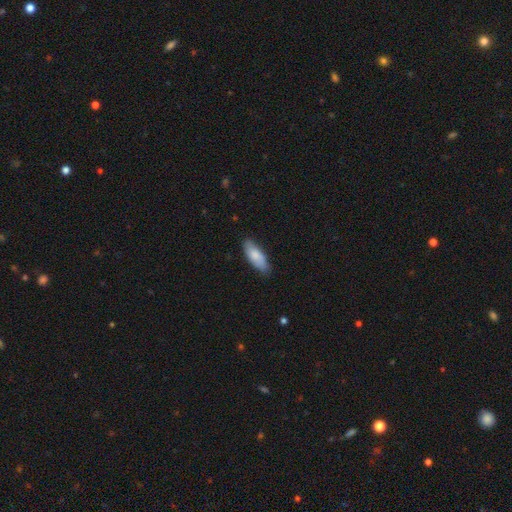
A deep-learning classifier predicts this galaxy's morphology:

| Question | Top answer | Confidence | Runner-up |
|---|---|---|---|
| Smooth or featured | smooth | 80% | featured or disk (14%) |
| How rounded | in between | 71% | cigar-shaped (28%) |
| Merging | none | 81% | minor disturbance (15%) |